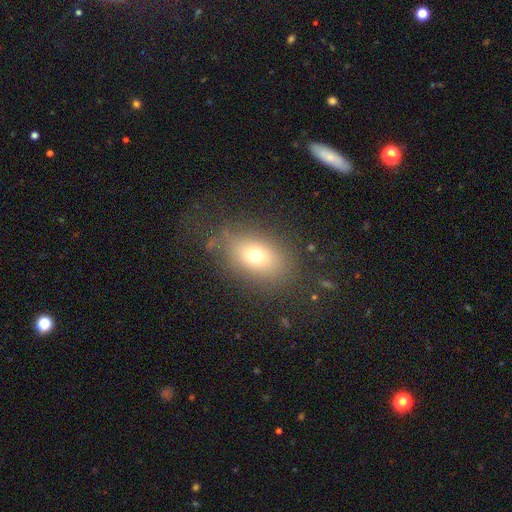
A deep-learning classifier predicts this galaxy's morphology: This is likely a smooth galaxy (70%). How rounded: likely in between (70%). Merging: likely none (75%).